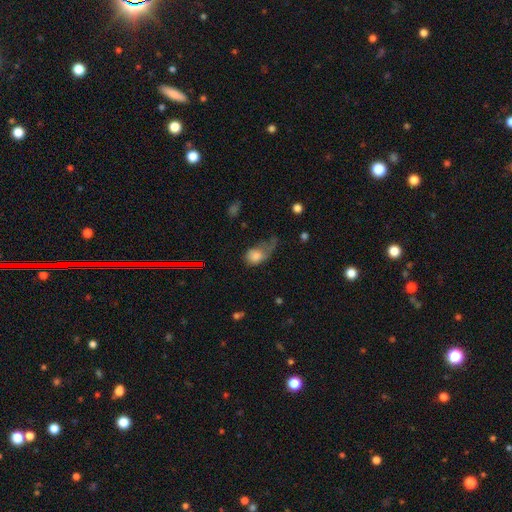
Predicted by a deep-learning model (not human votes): Overall: smooth (73%). How rounded: in between (65%; round 33%). Merging: major disturbance (51%; minor disturbance 26%).